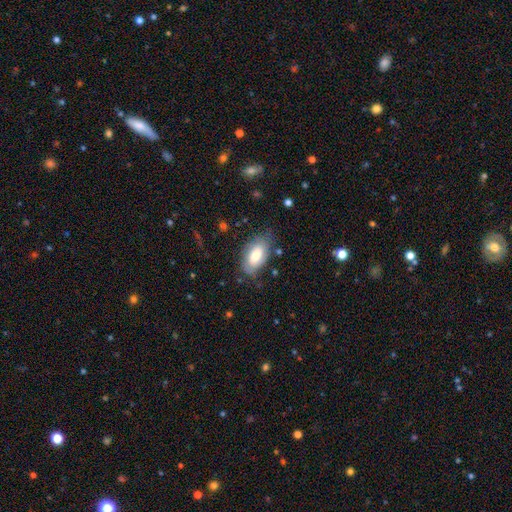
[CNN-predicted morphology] smooth_or_featured: smooth (p=0.70) [alt: featured or disk p=0.24]
how_rounded: in between (p=0.93) [alt: cigar-shaped p=0.04]
merging: none (p=0.68) [alt: minor disturbance p=0.24]